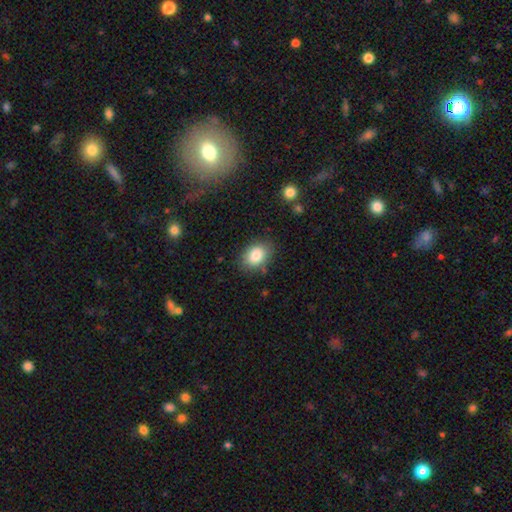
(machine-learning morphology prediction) Smooth or featured: smooth — 84% (star or artifact — 8%)
How rounded: in between — 74% (round — 25%)
Merging: none — 81% (minor disturbance — 13%)